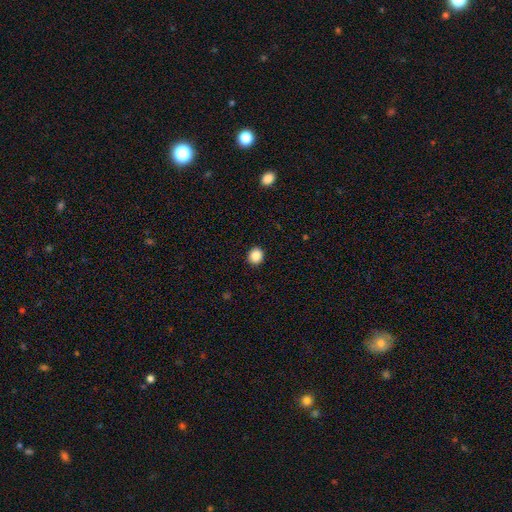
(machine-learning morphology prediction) smooth 87%, star or artifact 10%, featured or disk 3%. Down the decision tree: how rounded — round (77%); merging — none (91%).